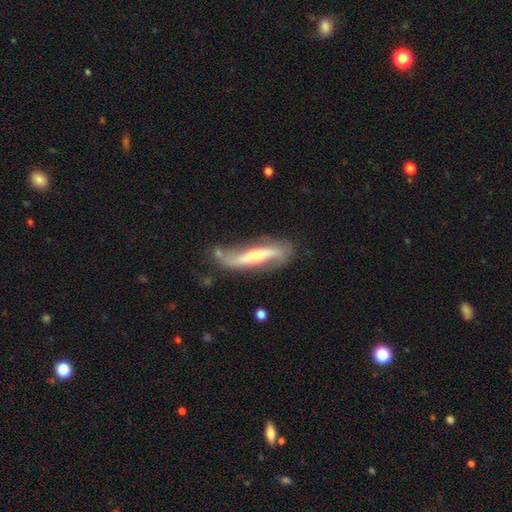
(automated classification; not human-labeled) smooth_or_featured: featured or disk (p=0.70) [alt: smooth p=0.22]
disk_edge_on: no (p=0.51) [alt: yes p=0.49]
merging: none (p=0.57) [alt: minor disturbance p=0.27]